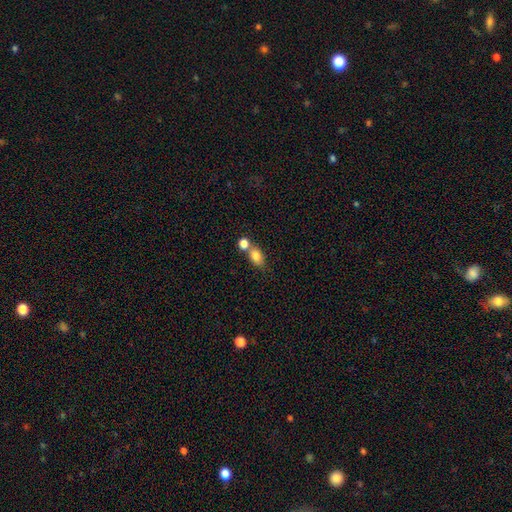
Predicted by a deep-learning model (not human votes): Smooth or featured? smooth (82%)
How rounded? in between (69%)
Merging? none (44%)